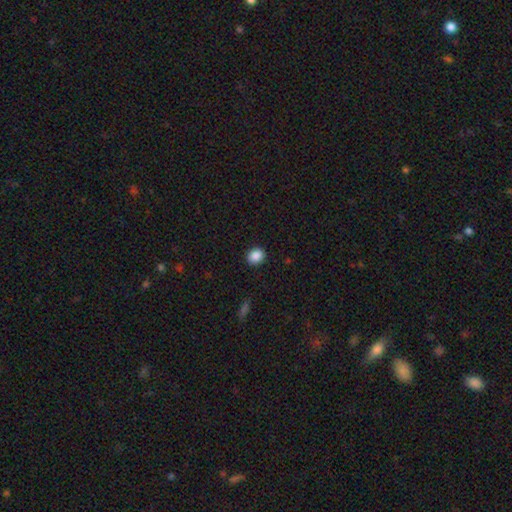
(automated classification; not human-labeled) Smooth or featured? Predicted: smooth (p=0.88). How rounded? Predicted: round (p=0.67). Merging? Predicted: none (p=0.91).